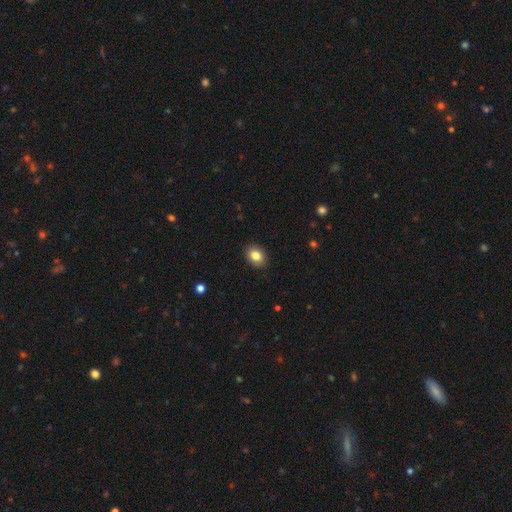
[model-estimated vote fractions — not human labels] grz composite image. It shows a smooth galaxy with no disk features (84%) that is in between round and cigar-shaped (72%). Merging: none (89%).